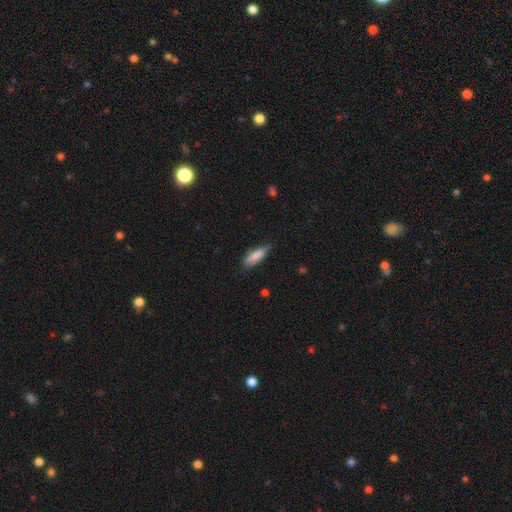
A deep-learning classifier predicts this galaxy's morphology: smooth-or-featured: smooth: 82% | featured or disk: 11% | star or artifact: 7%
  how-rounded: in between: 51% | cigar-shaped: 48% | round: 2%
  merging: none: 69% | minor disturbance: 25% | major disturbance: 4% | merger: 2%